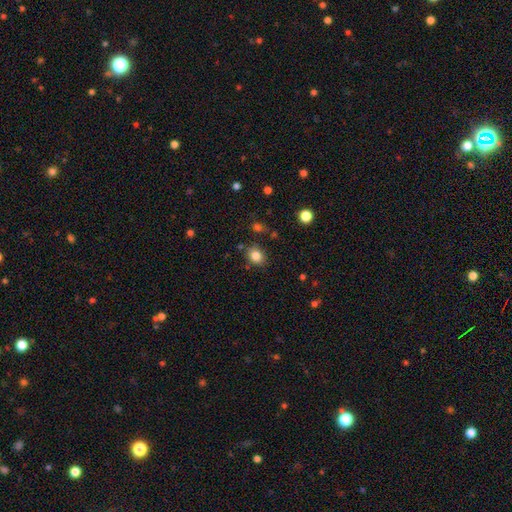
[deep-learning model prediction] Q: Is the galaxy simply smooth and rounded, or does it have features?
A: smooth — 83%.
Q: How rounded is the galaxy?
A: round — 53%.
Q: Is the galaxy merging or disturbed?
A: none — 81%.